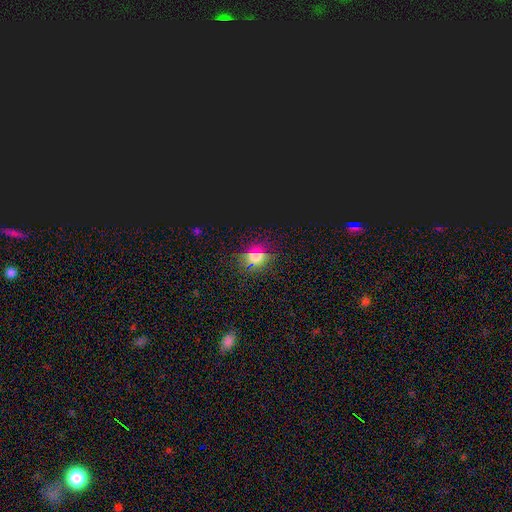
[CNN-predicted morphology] The model was most divided on "smooth or featured": smooth: 58%, star or artifact: 34%, featured or disk: 8%. More confident: merging — none (86%); how rounded — round (68%).